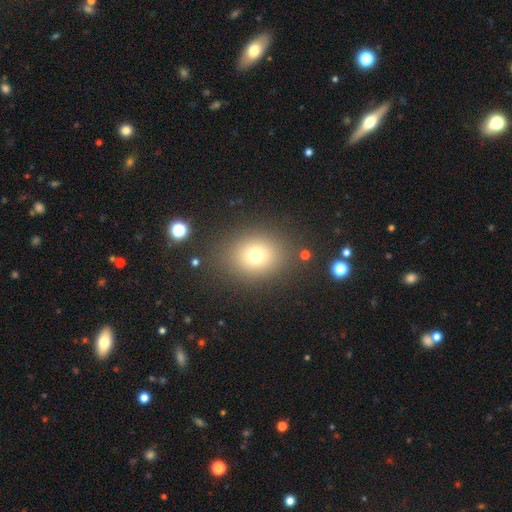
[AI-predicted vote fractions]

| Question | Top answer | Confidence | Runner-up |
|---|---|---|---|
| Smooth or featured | smooth | 73% | star or artifact (16%) |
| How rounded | round | 62% | in between (37%) |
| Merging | none | 84% | minor disturbance (9%) |